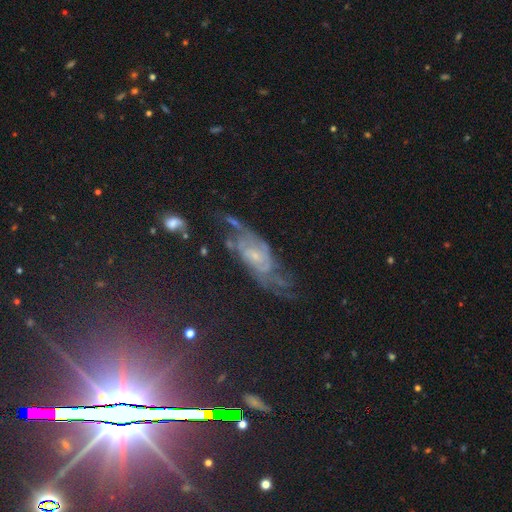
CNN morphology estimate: This is likely a featured or disk galaxy (69%). It is clearly not viewed edge-on (88%). Bar: possibly no (58%). Spiral arm pattern: clearly yes (90%). Spiral arm count: marginally 2 (45%). Spiral winding: marginally medium (43%). Central bulge: likely small (68%). Merging: possibly none (59%).